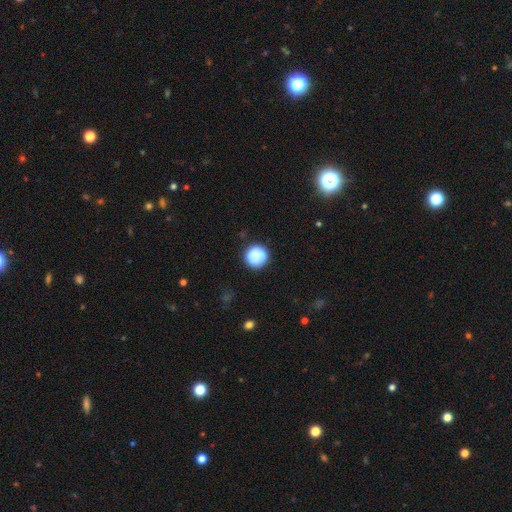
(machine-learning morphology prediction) type=smooth (82%); roundness=round (95%); merging=none (85%).